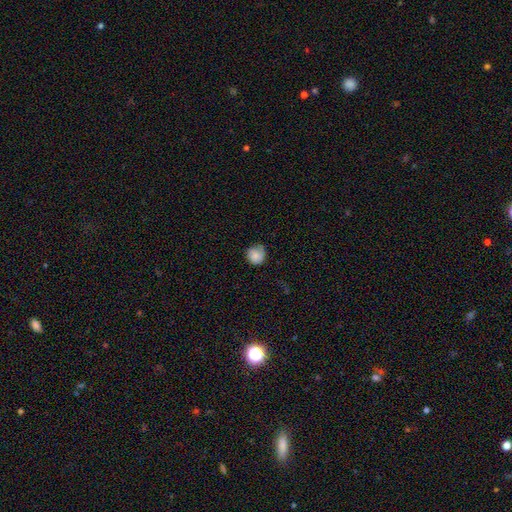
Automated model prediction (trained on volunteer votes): A smooth galaxy with no disk features (75%) that is round (85%).

Vote fractions:
- Smooth or featured? smooth: 75% / featured or disk: 17% / star or artifact: 8%
- How rounded? round: 85% / in between: 14% / cigar-shaped: 1%
- Merging? none: 65% / minor disturbance: 28% / major disturbance: 7% / merger: 1%